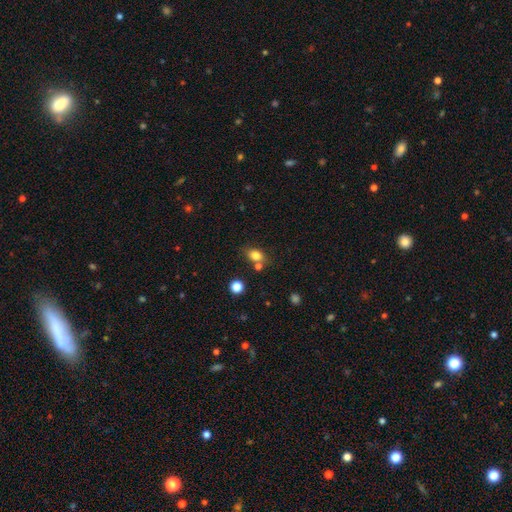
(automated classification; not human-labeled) Smooth or featured?
  - smooth: 79% *
  - star or artifact: 11%
  - featured or disk: 9%
How rounded?
  - in between: 66% *
  - round: 32%
  - cigar-shaped: 2%
Merging?
  - none: 65% *
  - merger: 17%
  - minor disturbance: 14%
  - major disturbance: 4%